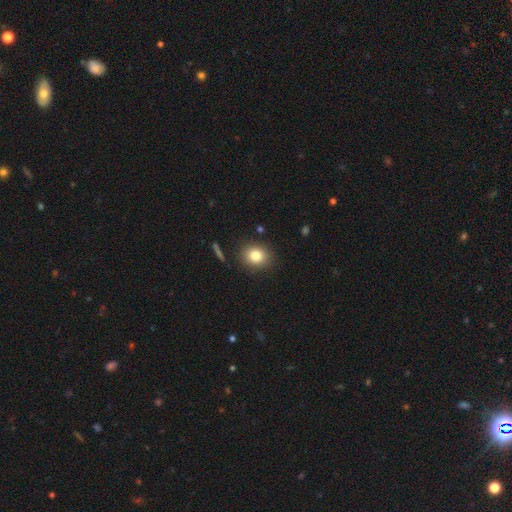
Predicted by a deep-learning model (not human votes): A smooth galaxy with no disk features (81%) that is round (67%).

Vote fractions:
- Smooth or featured? smooth: 81% / star or artifact: 10% / featured or disk: 9%
- How rounded? round: 67% / in between: 32% / cigar-shaped: 1%
- Merging? none: 86% / minor disturbance: 9% / major disturbance: 3% / merger: 2%